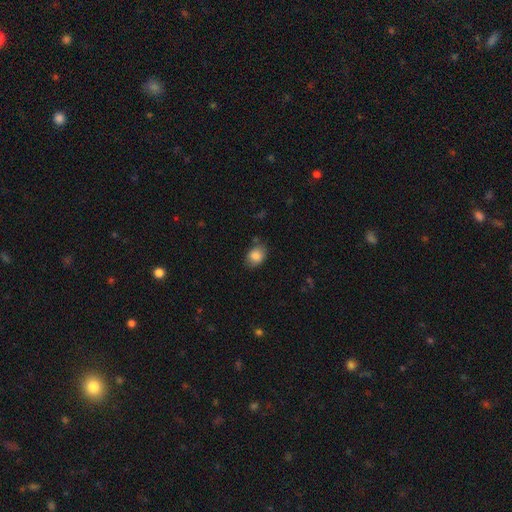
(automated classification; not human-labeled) This appears to be a smooth galaxy with no disk features (85%) that is in between round and cigar-shaped (63%). Merging: none (75%).